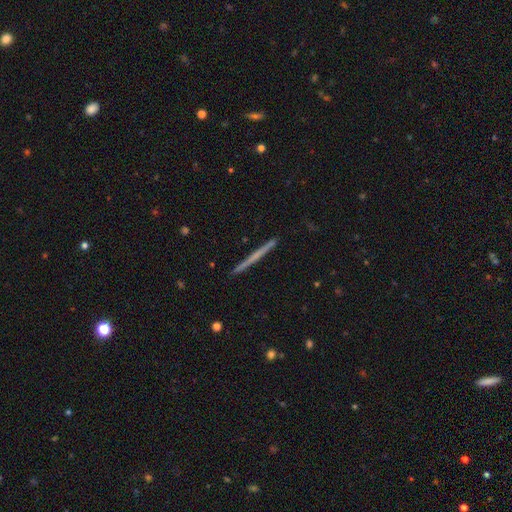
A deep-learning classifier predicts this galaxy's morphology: This is possibly a featured or disk galaxy (57%). It is clearly viewed edge-on (98%). Edge-on bulge: clearly none (85%). Merging: clearly none (93%).